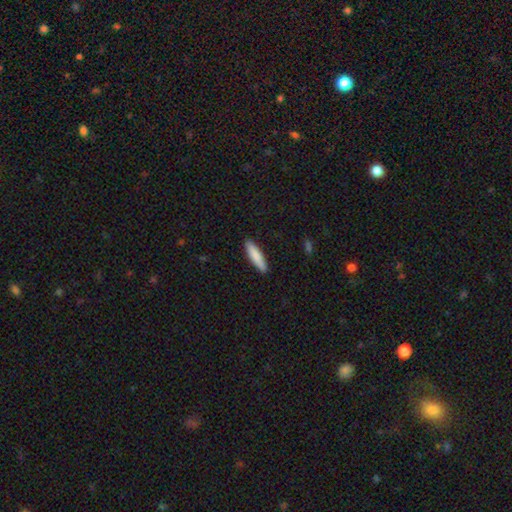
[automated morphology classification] A smooth galaxy with no disk features (83%) that is cigar-shaped (79%). Merging: none (90%).